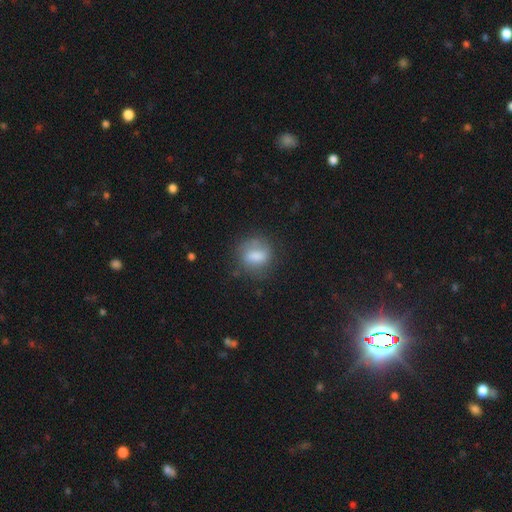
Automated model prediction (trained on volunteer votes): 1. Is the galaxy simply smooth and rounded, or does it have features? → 71% smooth, 20% featured or disk, 9% star or artifact.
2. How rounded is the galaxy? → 59% round, 39% in between, 2% cigar-shaped.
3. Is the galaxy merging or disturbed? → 61% none, 24% minor disturbance, 12% major disturbance, 4% merger.